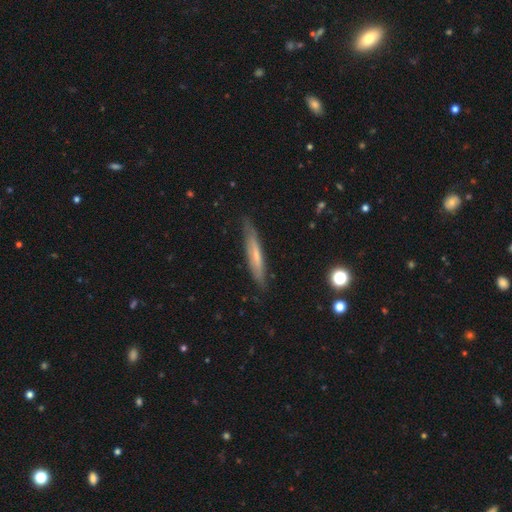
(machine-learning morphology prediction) Smooth or featured? smooth (51%)
How rounded? cigar-shaped (91%)
Merging? none (83%)